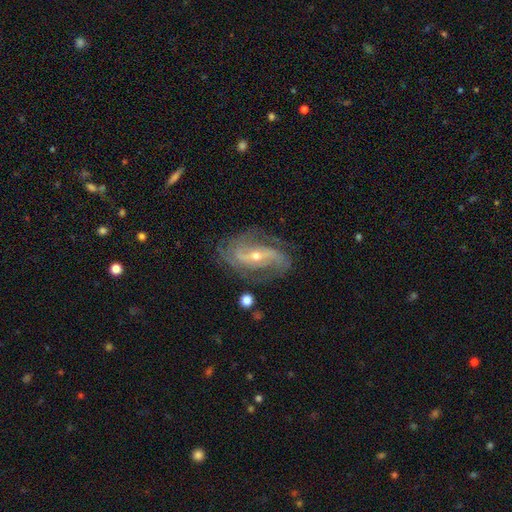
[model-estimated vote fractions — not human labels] This is clearly a featured or disk galaxy (87%). It is clearly not viewed edge-on (94%). Bar: marginally strong (36%). Spiral arm pattern: clearly yes (96%). Spiral arm count: likely 2 (64%). Spiral winding: marginally medium (43%). Central bulge: likely small (63%). Merging: likely none (73%).